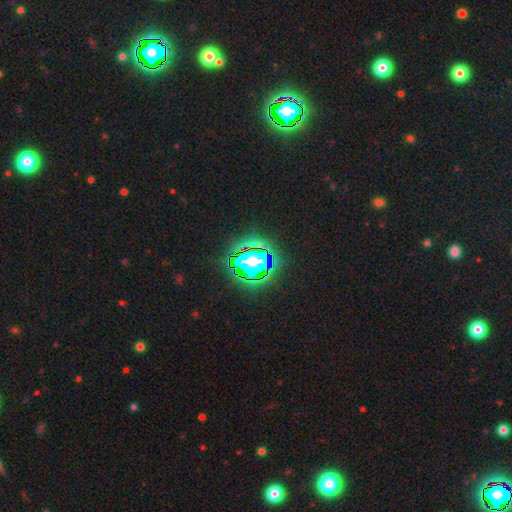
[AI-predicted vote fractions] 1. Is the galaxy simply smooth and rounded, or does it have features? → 75% star or artifact, 15% smooth, 10% featured or disk.